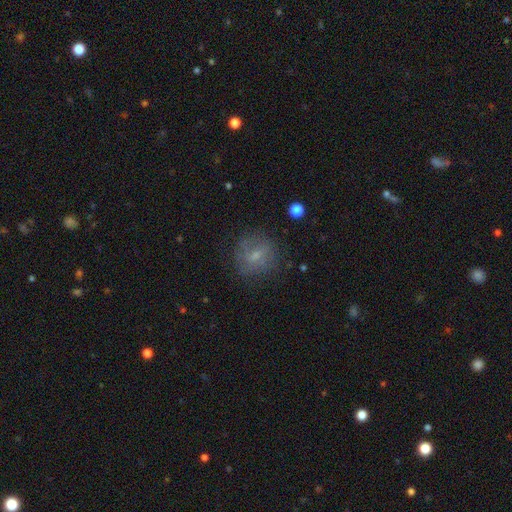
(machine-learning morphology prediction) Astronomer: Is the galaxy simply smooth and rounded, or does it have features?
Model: smooth — 54% (runner-up: featured or disk, 35%).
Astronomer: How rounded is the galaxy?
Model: round — 78%.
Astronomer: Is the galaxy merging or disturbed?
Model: none — 71%.